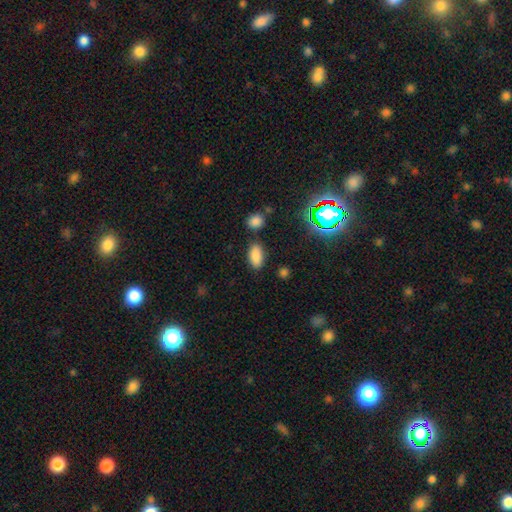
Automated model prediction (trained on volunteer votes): A smooth galaxy with no disk features (83%) that is in between round and cigar-shaped (89%). Merging: none (80%).